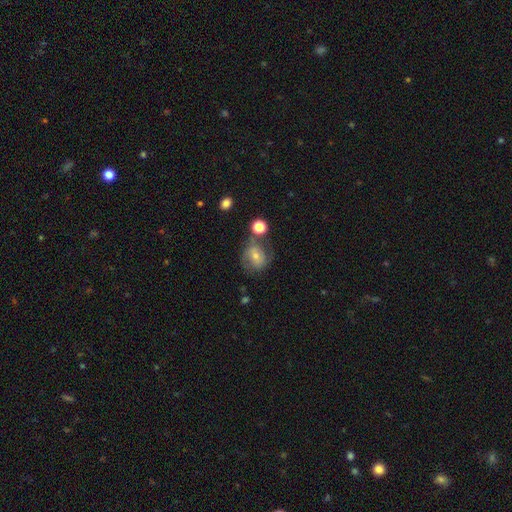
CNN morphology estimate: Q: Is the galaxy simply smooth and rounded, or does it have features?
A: smooth — 44%.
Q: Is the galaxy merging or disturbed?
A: none — 56%.